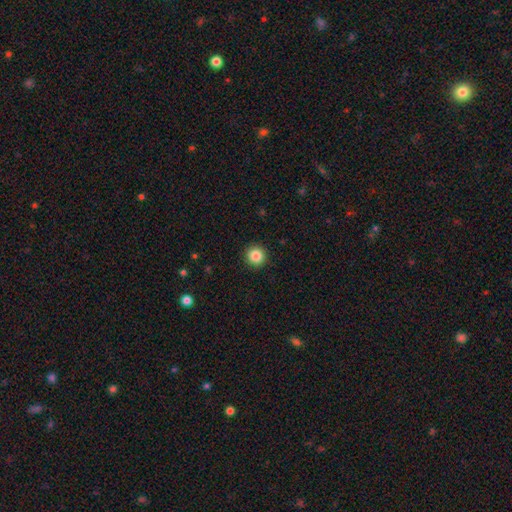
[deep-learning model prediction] Smooth or featured? smooth (86%)
How rounded? round (96%)
Merging? none (92%)